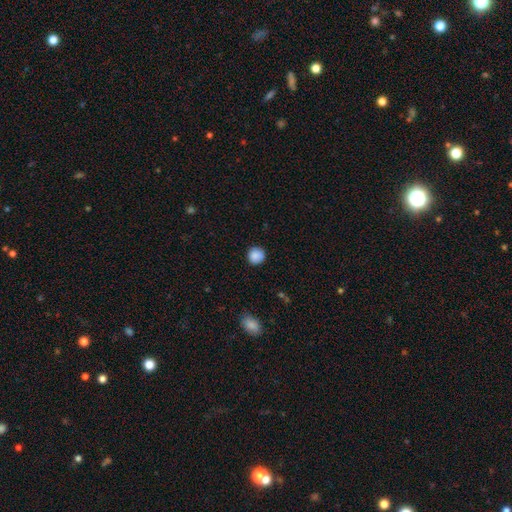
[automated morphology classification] Smooth or featured: smooth — 87% (star or artifact — 8%)
How rounded: round — 93% (in between — 6%)
Merging: none — 88% (minor disturbance — 9%)